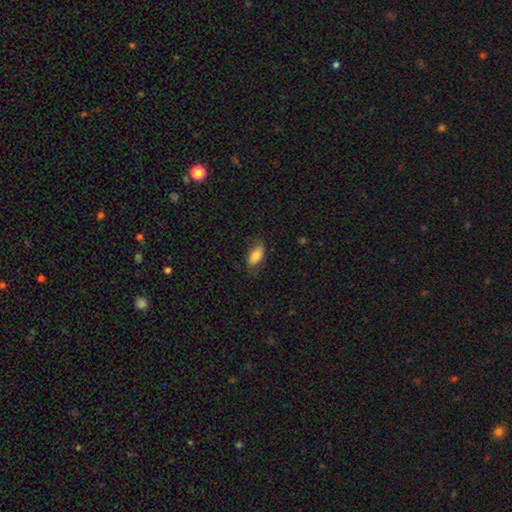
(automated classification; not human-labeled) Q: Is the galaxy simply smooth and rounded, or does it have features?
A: smooth — 79%.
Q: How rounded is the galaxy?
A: in between — 90%.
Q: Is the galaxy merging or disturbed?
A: none — 73%.